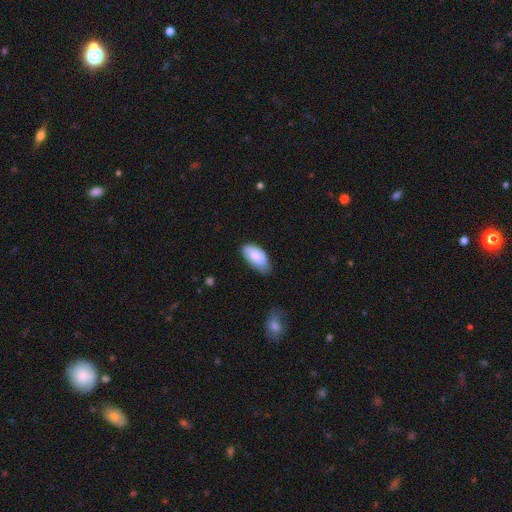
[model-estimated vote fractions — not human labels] Q: Smooth or featured?
A: smooth (82%); runner-up: featured or disk (12%)
Q: How rounded?
A: in between (95%); runner-up: cigar-shaped (3%)
Q: Merging?
A: none (62%); runner-up: minor disturbance (31%)